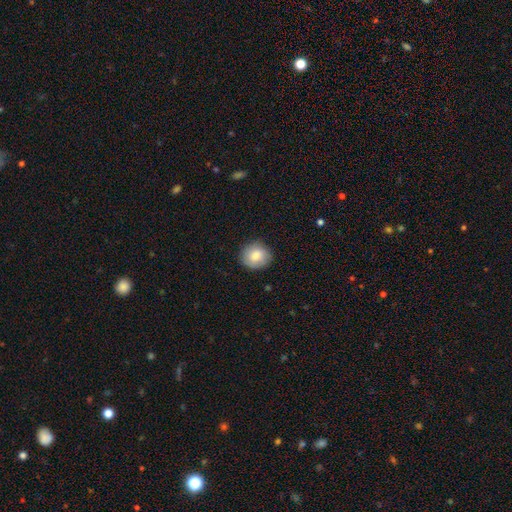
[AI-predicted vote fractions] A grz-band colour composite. It shows a smooth galaxy with no disk features (84%) that is round (83%). Merging: none (85%).